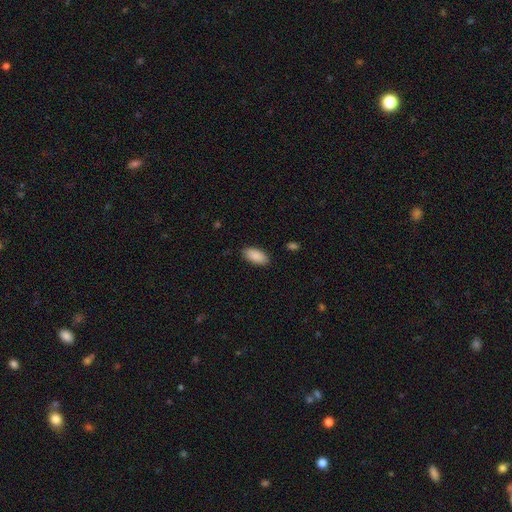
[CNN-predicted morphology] Smooth or featured? Predicted: smooth (p=0.90). How rounded? Predicted: in between (p=0.92). Merging? Predicted: none (p=0.88).